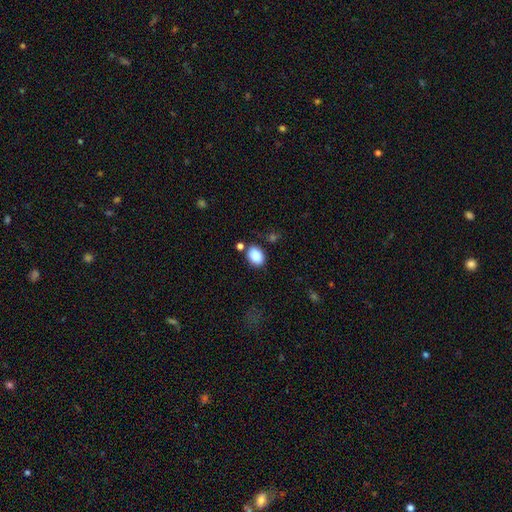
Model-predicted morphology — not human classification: The model was most divided on "how rounded": in between: 78%, round: 21%, cigar-shaped: 1%. More confident: smooth or featured — smooth (88%); merging — none (74%).